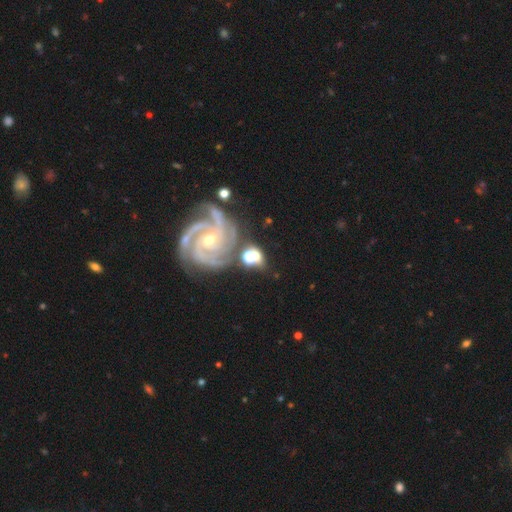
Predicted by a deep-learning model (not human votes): Smooth or featured: featured or disk — 58% (smooth — 27%)
Edge-on disk: no — 96% (yes — 4%)
Bar: no — 55% (weak — 28%)
Spiral arms: yes — 89% (no — 11%)
Bulge size: moderate — 46% (small — 43%)
Merging: none — 65% (minor disturbance — 16%)